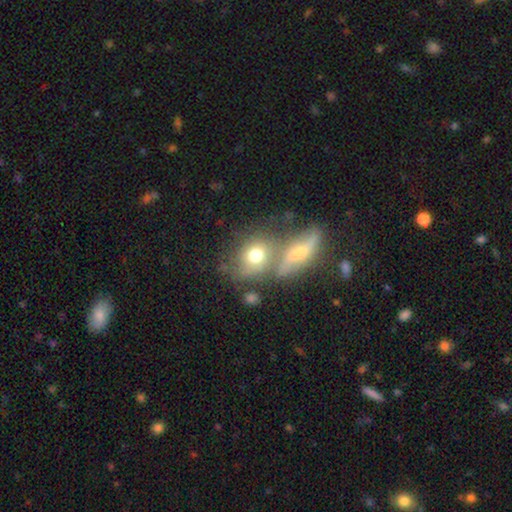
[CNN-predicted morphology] A smooth galaxy with no disk features (64%) that is round (53%). Merging: merger (45%).